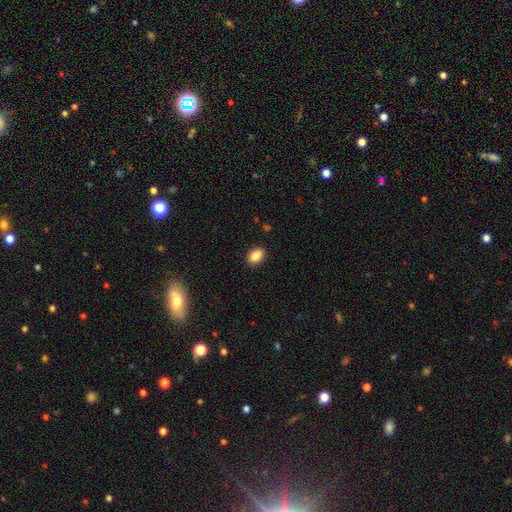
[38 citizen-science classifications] smooth-or-featured: smooth: 100% | featured or disk: 0% | star or artifact: 0%
  how-rounded: in between: 79% | round: 21% | cigar-shaped: 0%
  merging: none: 87% | minor disturbance: 8% | major disturbance: 5% | merger: 0%